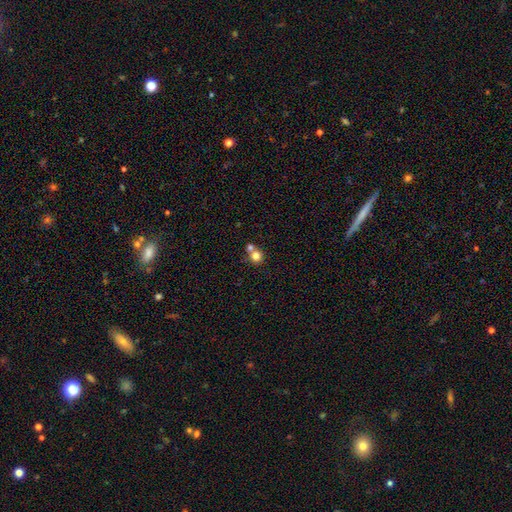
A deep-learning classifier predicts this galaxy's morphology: type=smooth (80%); roundness=round (90%); merging=none (52%).